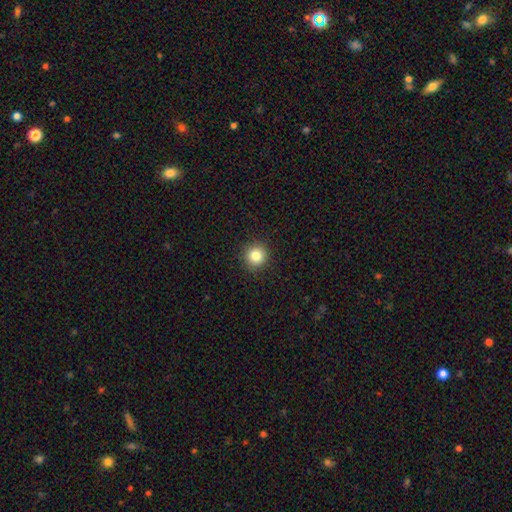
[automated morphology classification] Smooth or featured: smooth — 83% (star or artifact — 12%)
How rounded: round — 93% (in between — 6%)
Merging: none — 92% (minor disturbance — 5%)